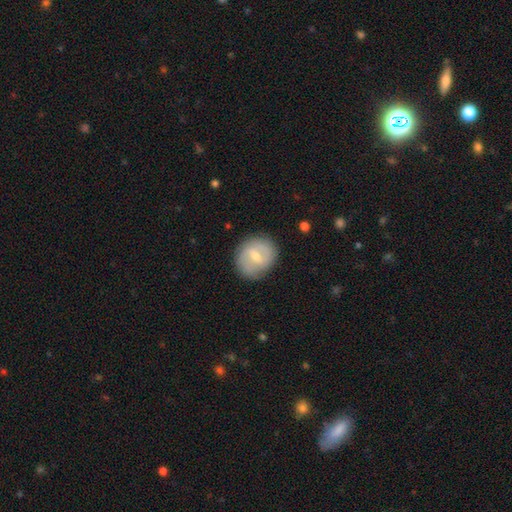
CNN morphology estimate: smooth-or-featured: featured or disk: 58% | smooth: 36% | star or artifact: 6%
  disk-edge-on: no: 97% | yes: 3%
    bar: weak: 61% | strong: 24% | no: 16%
    has-spiral-arms: yes: 72% | no: 28%
    bulge-size: small: 49% | moderate: 44% | none: 3% | large: 2% | dominant: 1%
  merging: none: 80% | minor disturbance: 14% | major disturbance: 5% | merger: 1%